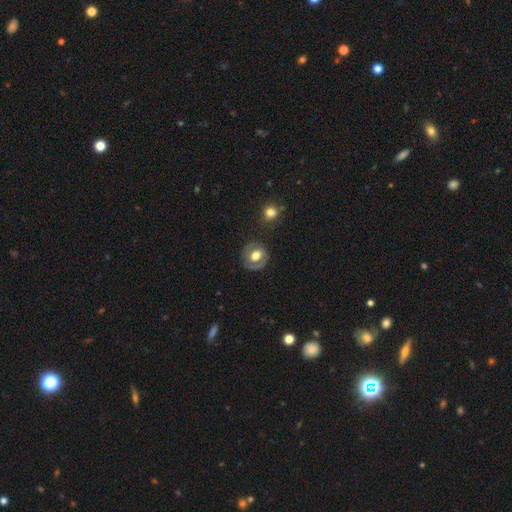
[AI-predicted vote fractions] A featured or disk galaxy (54%) with no bar (57%), no spiral arms (51%) and a moderate central bulge (51%).

Vote fractions:
- Smooth or featured? featured or disk: 54% / smooth: 39% / star or artifact: 7%
- Edge-on disk? no: 96% / yes: 4%
- Bar? no: 57% / weak: 31% / strong: 12%
- Spiral arms? no: 51% / yes: 49%
- Bulge size? moderate: 51% / large: 40% / small: 4% / dominant: 3% / none: 1%
- Merging? none: 75% / minor disturbance: 16% / major disturbance: 7% / merger: 3%